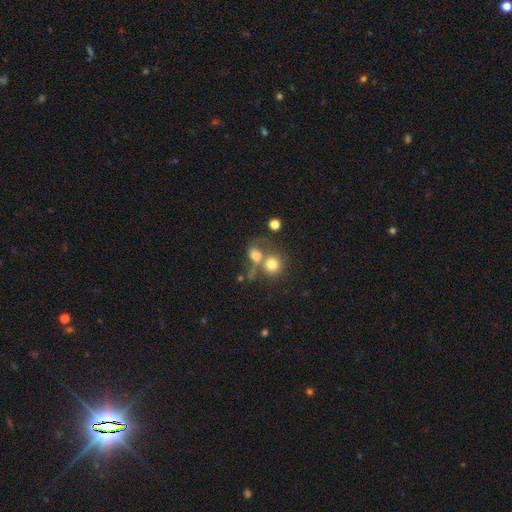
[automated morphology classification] Smooth or featured: smooth — 64% (featured or disk — 24%)
How rounded: round — 65% (in between — 33%)
Merging: merger — 58% (none — 21%)